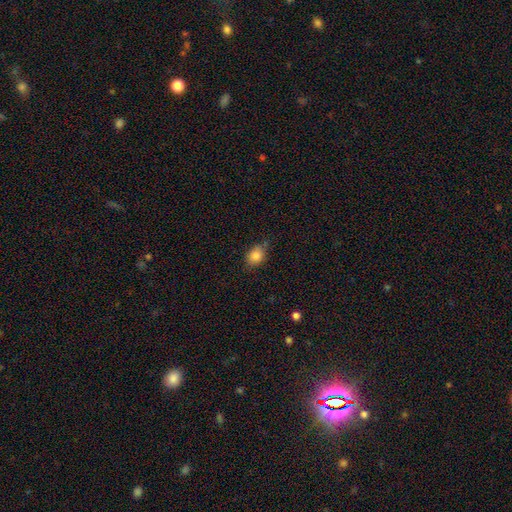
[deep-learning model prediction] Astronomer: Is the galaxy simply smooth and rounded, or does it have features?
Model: smooth — 84%.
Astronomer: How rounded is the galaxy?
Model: in between — 64%.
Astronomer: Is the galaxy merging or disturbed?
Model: none — 70%.